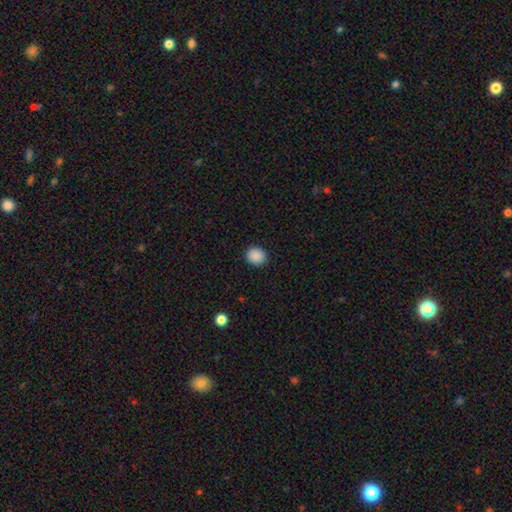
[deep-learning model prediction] Smooth or featured? smooth (88%)
How rounded? round (83%)
Merging? none (91%)